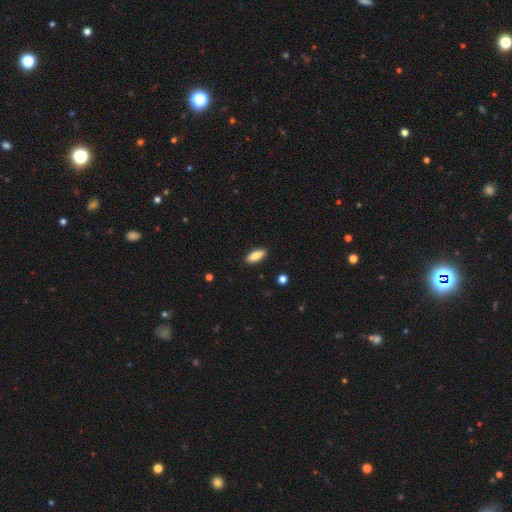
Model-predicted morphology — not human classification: A smooth galaxy with no disk features (85%) that is in between round and cigar-shaped (69%).

Vote fractions:
- Smooth or featured? smooth: 85% / featured or disk: 9% / star or artifact: 6%
- How rounded? in between: 69% / cigar-shaped: 29% / round: 2%
- Merging? none: 89% / minor disturbance: 8% / major disturbance: 2% / merger: 1%